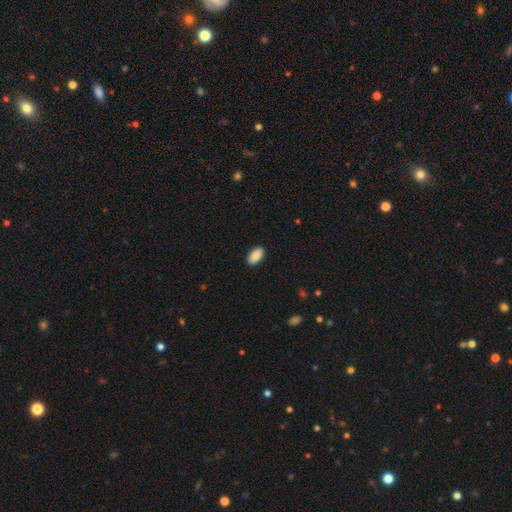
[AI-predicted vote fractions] A smooth galaxy with no disk features (89%) that is in between round and cigar-shaped (95%). Merging: none (90%).